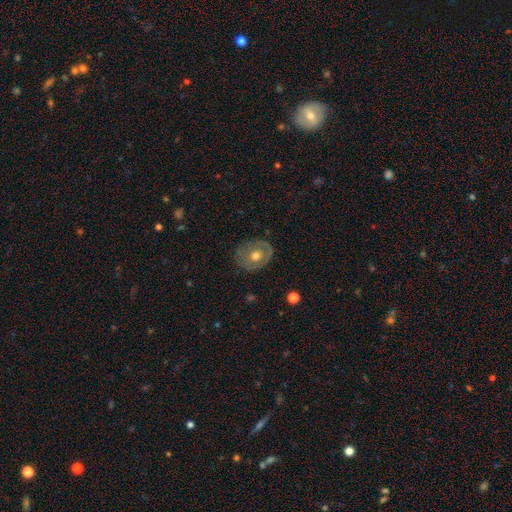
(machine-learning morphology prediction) Smooth or featured? featured or disk (49%)
Merging? none (76%)